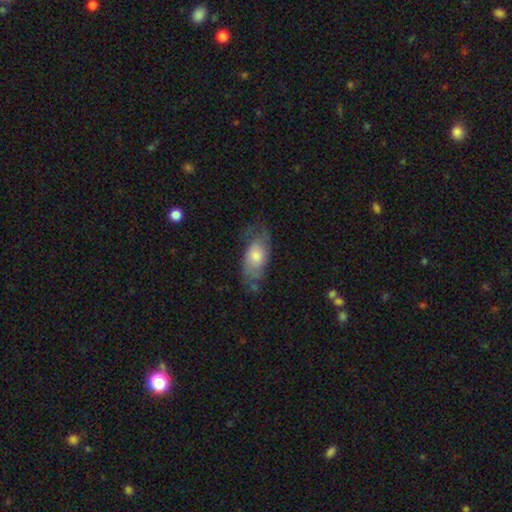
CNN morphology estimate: Q: Smooth or featured?
A: smooth (53%); runner-up: featured or disk (40%)
Q: How rounded?
A: in between (87%); runner-up: cigar-shaped (8%)
Q: Merging?
A: none (52%); runner-up: minor disturbance (29%)